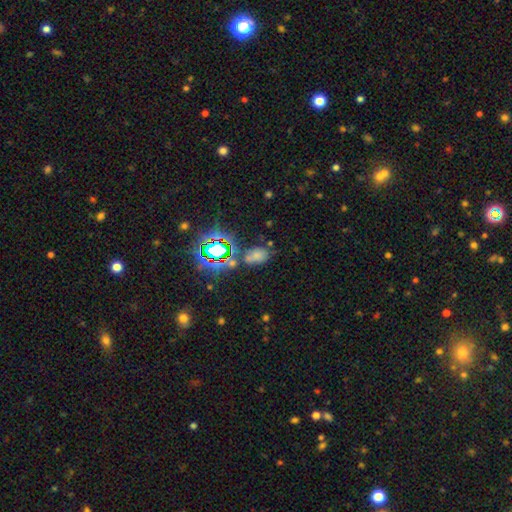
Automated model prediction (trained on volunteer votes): smooth_or_featured: smooth (p=0.53) [alt: star or artifact p=0.36]
how_rounded: in between (p=0.83) [alt: round p=0.15]
merging: none (p=0.58) [alt: minor disturbance p=0.19]